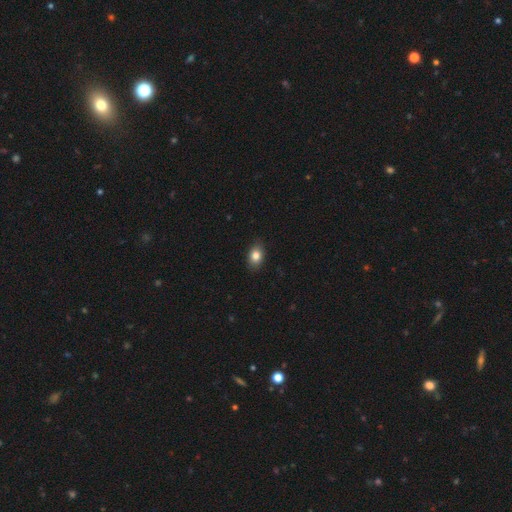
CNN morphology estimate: A smooth galaxy with no disk features (83%) that is in between round and cigar-shaped (80%).

Vote fractions:
- Smooth or featured? smooth: 83% / star or artifact: 9% / featured or disk: 8%
- How rounded? in between: 80% / round: 18% / cigar-shaped: 1%
- Merging? none: 86% / minor disturbance: 10% / major disturbance: 2% / merger: 1%